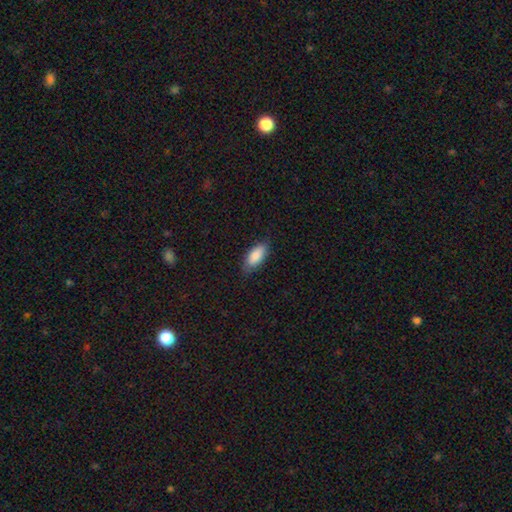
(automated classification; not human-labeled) Overall: smooth (86%). How rounded: in between (85%). Merging: none (78%).